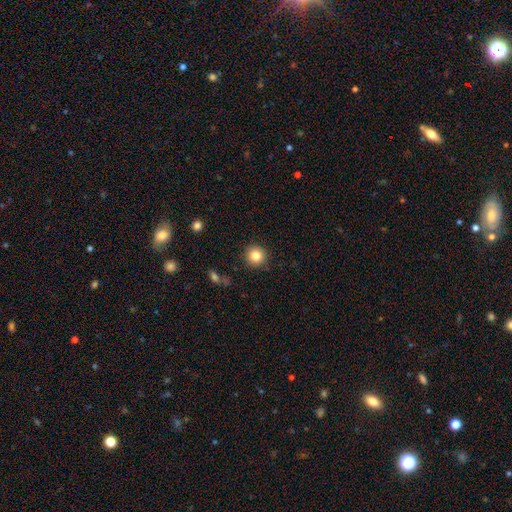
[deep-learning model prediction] smooth_or_featured: smooth (p=0.84) [alt: star or artifact p=0.10]
how_rounded: round (p=0.94) [alt: in between p=0.05]
merging: none (p=0.90) [alt: minor disturbance p=0.06]